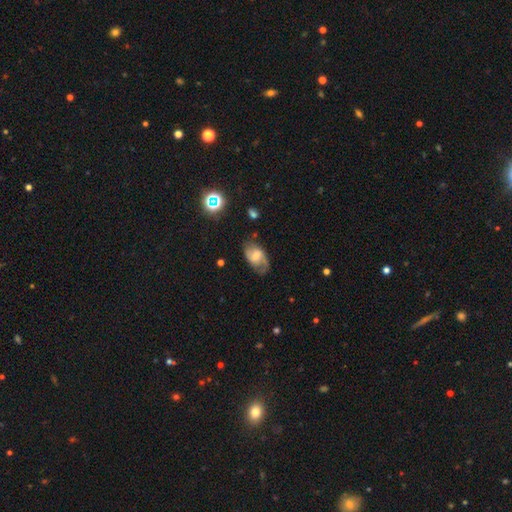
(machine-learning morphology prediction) A featured or disk galaxy (62%) with a weak bar (54%), 2 (75%) medium (47%) spiral arms (85%) and a moderate central bulge (40%). Merging: none (63%).